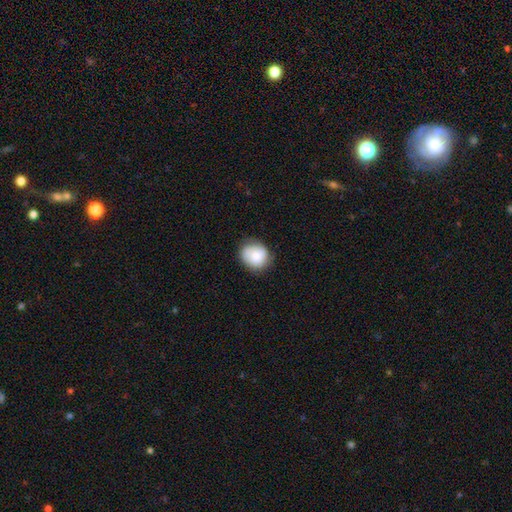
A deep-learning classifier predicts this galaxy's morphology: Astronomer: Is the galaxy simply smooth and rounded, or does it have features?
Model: smooth — 76%.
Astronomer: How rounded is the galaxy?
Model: round — 75%.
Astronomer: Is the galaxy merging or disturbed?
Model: none — 74%.